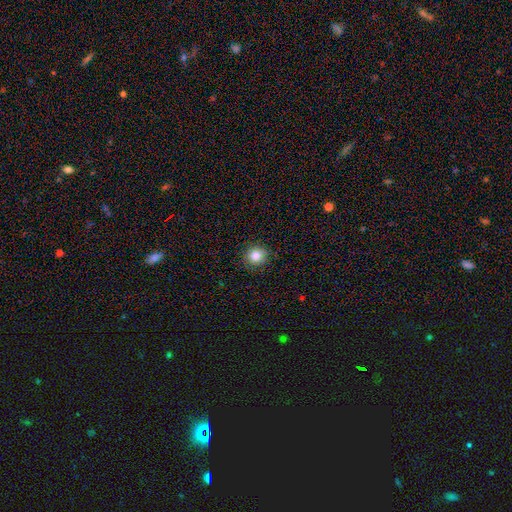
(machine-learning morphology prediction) Smooth or featured? Predicted: smooth (p=0.84). How rounded? Predicted: round (p=0.91). Merging? Predicted: none (p=0.89).